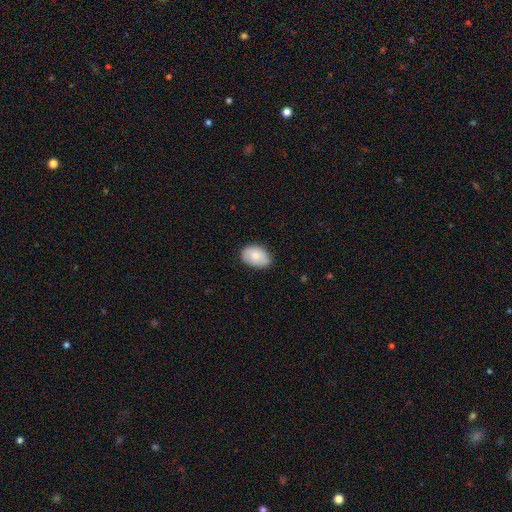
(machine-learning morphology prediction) A smooth galaxy with no disk features (80%) that is in between round and cigar-shaped (84%). Merging: none (77%).